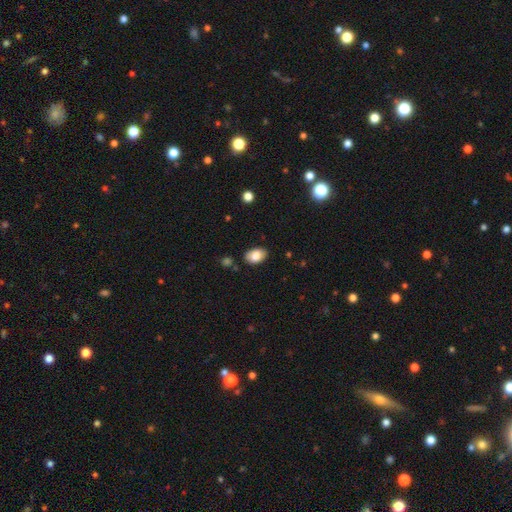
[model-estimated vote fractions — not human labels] Smooth or featured? Predicted: smooth (p=0.82). How rounded? Predicted: in between (p=0.88). Merging? Predicted: none (p=0.82).